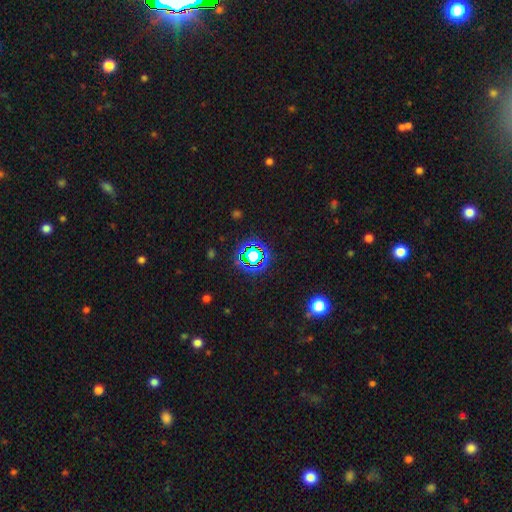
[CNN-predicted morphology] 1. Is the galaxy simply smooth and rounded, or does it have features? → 69% star or artifact, 20% smooth, 11% featured or disk.